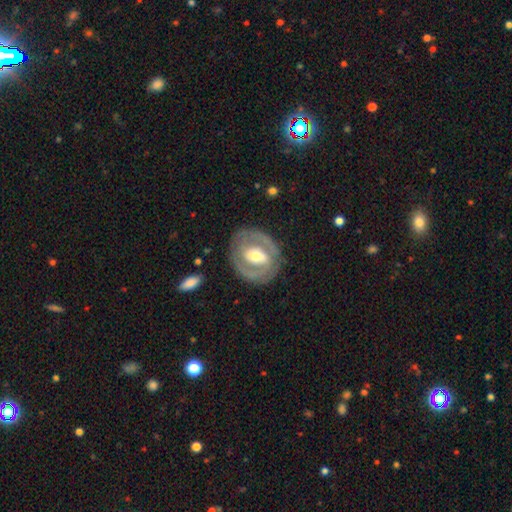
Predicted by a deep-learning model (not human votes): Morphology: type=featured or disk (73%); edge-on=no (96%); bar=weak (36%); spiral arms=yes (57%); bulge=moderate (66%); merging=none (81%).